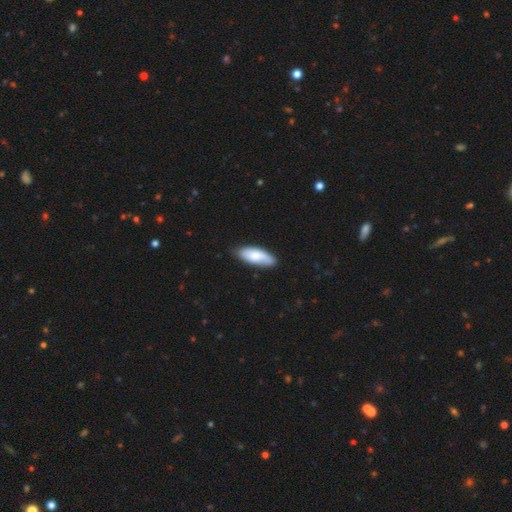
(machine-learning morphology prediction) Smooth or featured? Predicted: smooth (p=0.75). How rounded? Predicted: in between (p=0.77). Merging? Predicted: none (p=0.77).